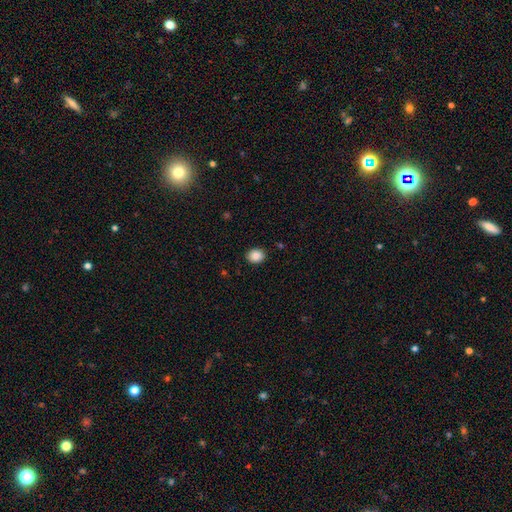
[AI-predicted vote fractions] Smooth or featured: smooth — 88% (star or artifact — 9%)
How rounded: round — 60% (in between — 40%)
Merging: none — 89% (minor disturbance — 8%)